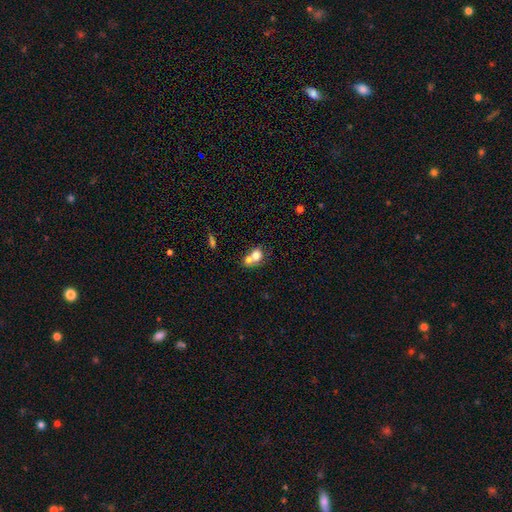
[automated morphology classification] Smooth or featured?
  - smooth: 72% *
  - featured or disk: 18%
  - star or artifact: 10%
How rounded?
  - round: 60% *
  - in between: 39%
  - cigar-shaped: 1%
Merging?
  - merger: 64% *
  - none: 26%
  - minor disturbance: 7%
  - major disturbance: 4%